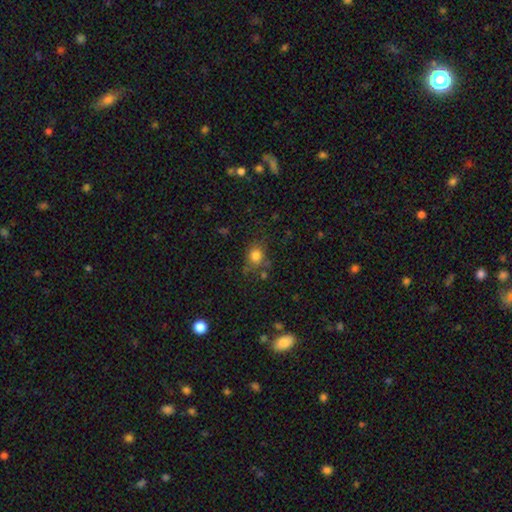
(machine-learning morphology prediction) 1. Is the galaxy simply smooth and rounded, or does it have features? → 79% smooth, 13% star or artifact, 8% featured or disk.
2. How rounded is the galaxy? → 66% round, 32% in between, 1% cigar-shaped.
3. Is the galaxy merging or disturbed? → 64% none, 21% minor disturbance, 8% major disturbance, 7% merger.